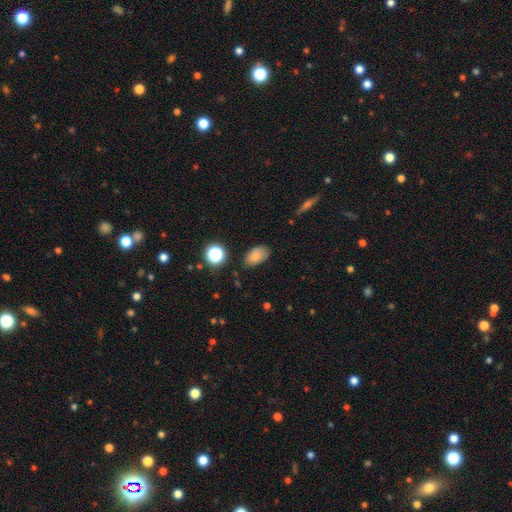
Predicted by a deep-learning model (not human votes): Overall: smooth (79%). How rounded: in between (90%). Merging: none (77%).